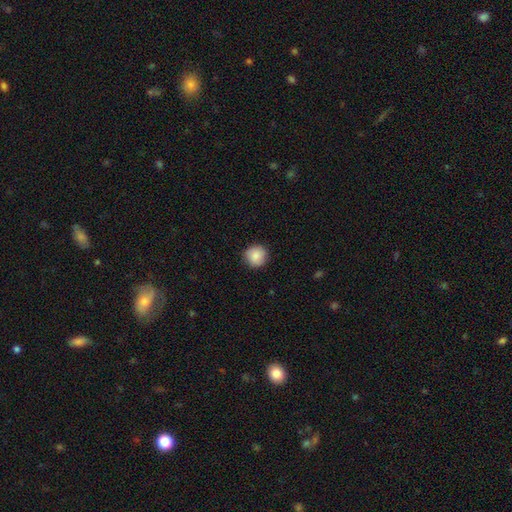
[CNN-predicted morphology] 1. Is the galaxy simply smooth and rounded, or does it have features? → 88% smooth, 8% star or artifact, 4% featured or disk.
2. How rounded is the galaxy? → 93% round, 6% in between, 1% cigar-shaped.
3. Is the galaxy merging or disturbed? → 90% none, 7% minor disturbance, 2% major disturbance, 1% merger.